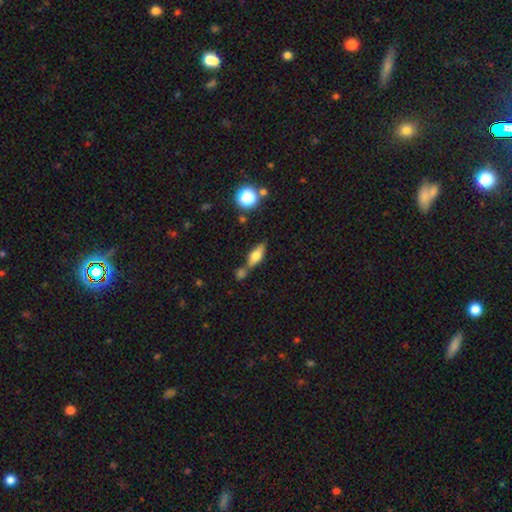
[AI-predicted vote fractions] Q: Smooth or featured?
A: smooth (53%); runner-up: featured or disk (38%)
Q: How rounded?
A: in between (58%); runner-up: cigar-shaped (36%)
Q: Merging?
A: none (61%); runner-up: merger (21%)